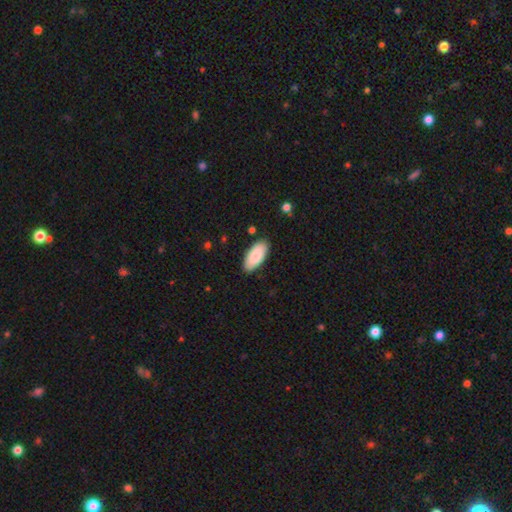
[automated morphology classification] Overall: smooth (86%). How rounded: in between (91%). Merging: none (88%).